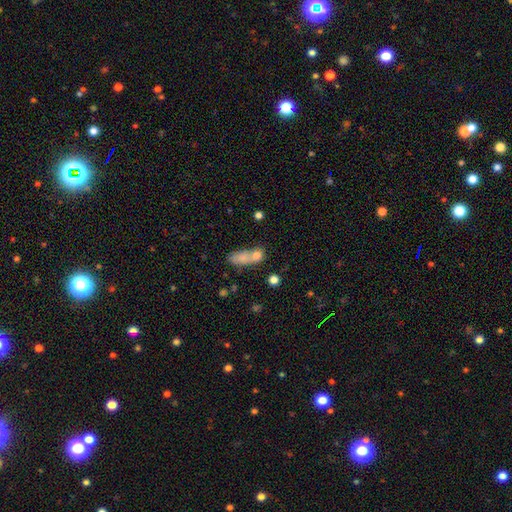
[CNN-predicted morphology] This is likely a smooth galaxy (74%). How rounded: possibly in between (59%). Merging: possibly merger (47%).